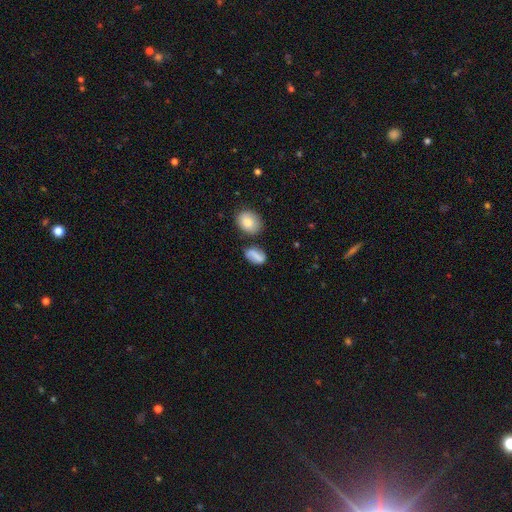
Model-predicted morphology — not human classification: Smooth or featured? Predicted: smooth (p=0.68). How rounded? Predicted: in between (p=0.81). Merging? Predicted: none (p=0.64).